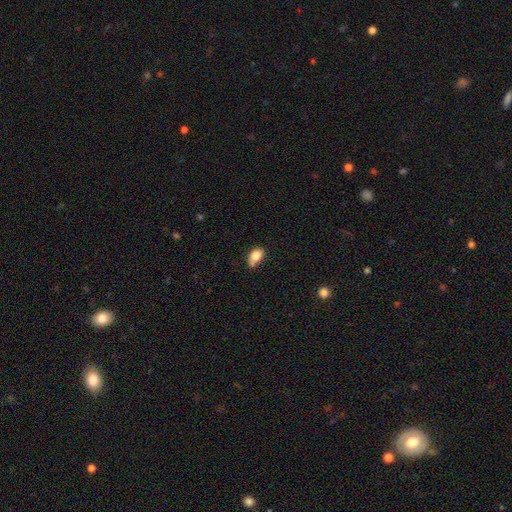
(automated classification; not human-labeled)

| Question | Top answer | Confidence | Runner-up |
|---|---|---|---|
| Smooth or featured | smooth | 83% | featured or disk (8%) |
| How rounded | in between | 88% | round (10%) |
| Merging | none | 54% | minor disturbance (33%) |